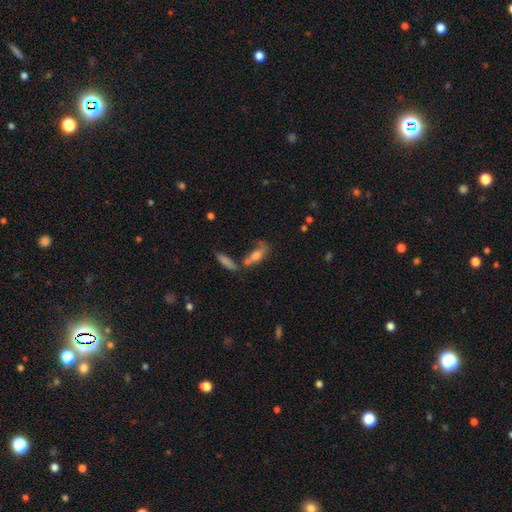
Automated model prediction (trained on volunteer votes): smooth_or_featured: smooth (p=0.56) [alt: featured or disk p=0.32]
how_rounded: in between (p=0.56) [alt: cigar-shaped p=0.39]
merging: none (p=0.41) [alt: merger p=0.30]